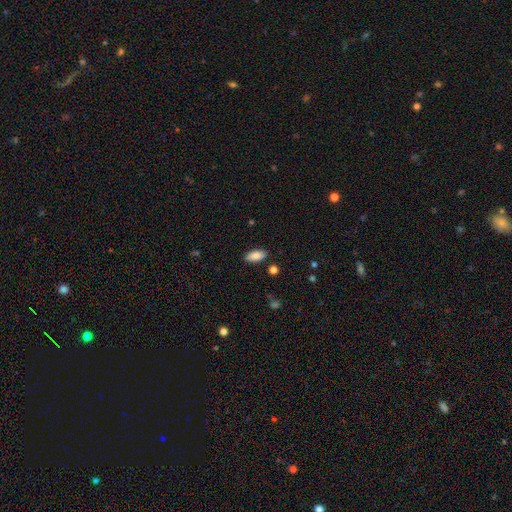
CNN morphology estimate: The model was most divided on "merging": none: 86%, minor disturbance: 10%, major disturbance: 2%, merger: 2%. More confident: how rounded — in between (88%); smooth or featured — smooth (86%).